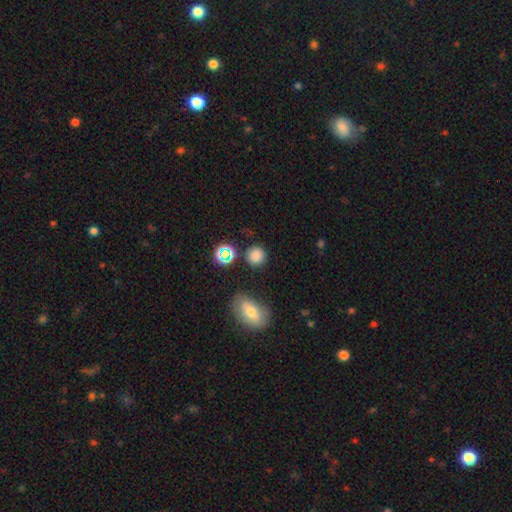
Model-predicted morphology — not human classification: Smooth or featured?
  - smooth: 79% *
  - star or artifact: 16%
  - featured or disk: 5%
How rounded?
  - round: 89% *
  - in between: 10%
  - cigar-shaped: 1%
Merging?
  - none: 84% *
  - minor disturbance: 9%
  - merger: 4%
  - major disturbance: 3%